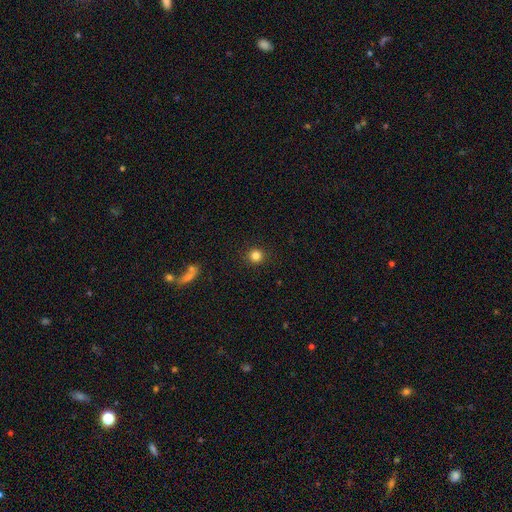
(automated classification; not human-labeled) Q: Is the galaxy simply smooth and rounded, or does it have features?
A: smooth — 83%.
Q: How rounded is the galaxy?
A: round — 94%.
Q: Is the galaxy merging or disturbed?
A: none — 92%.